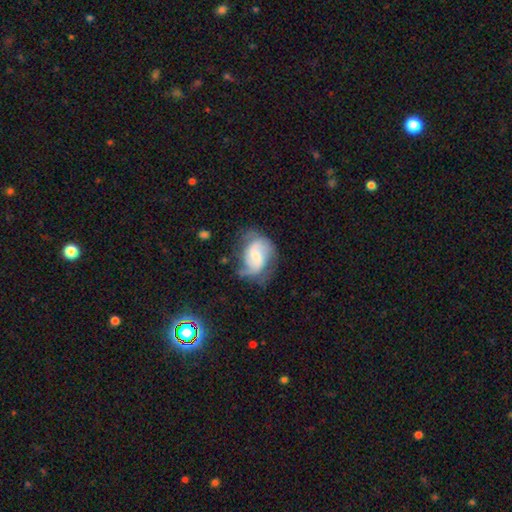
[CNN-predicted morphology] type=featured or disk (72%); edge-on=no (97%); bar=weak (46%); spiral arms=yes (91%); winding=medium (46%); arm count=2 (69%); bulge=small (51%); merging=none (51%).